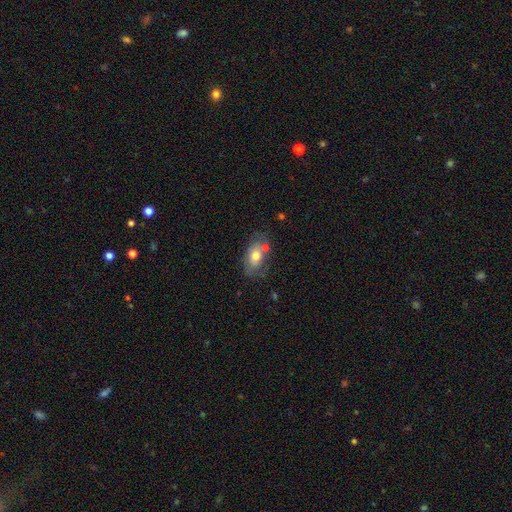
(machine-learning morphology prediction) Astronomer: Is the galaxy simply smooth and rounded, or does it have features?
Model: smooth — 65%.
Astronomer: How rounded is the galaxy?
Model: in between — 86%.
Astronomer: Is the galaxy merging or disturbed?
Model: none — 55%.